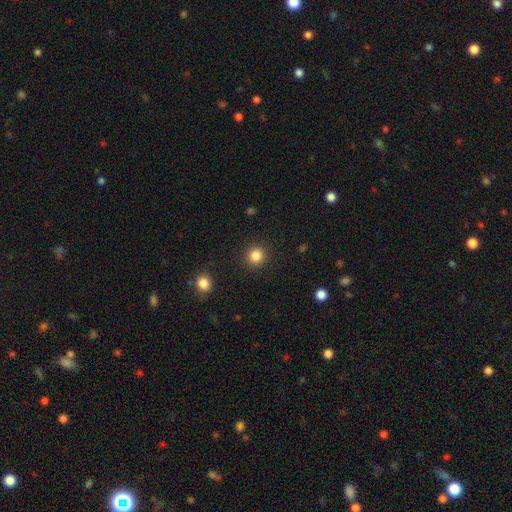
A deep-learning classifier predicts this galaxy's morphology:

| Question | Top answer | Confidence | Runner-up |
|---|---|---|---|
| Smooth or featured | smooth | 84% | star or artifact (11%) |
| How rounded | round | 92% | in between (7%) |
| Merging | none | 91% | minor disturbance (5%) |